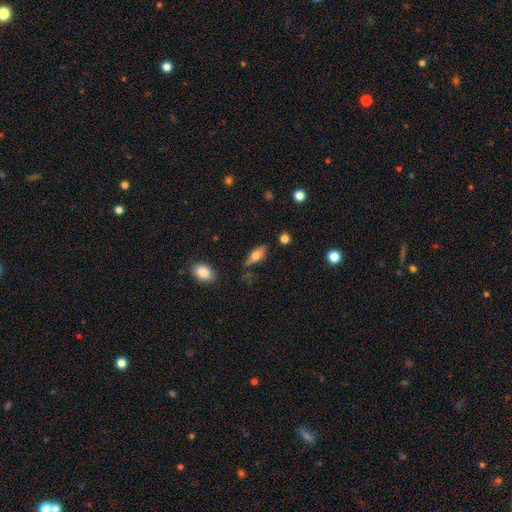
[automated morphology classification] Smooth or featured? smooth (55%)
How rounded? in between (65%)
Merging? none (67%)